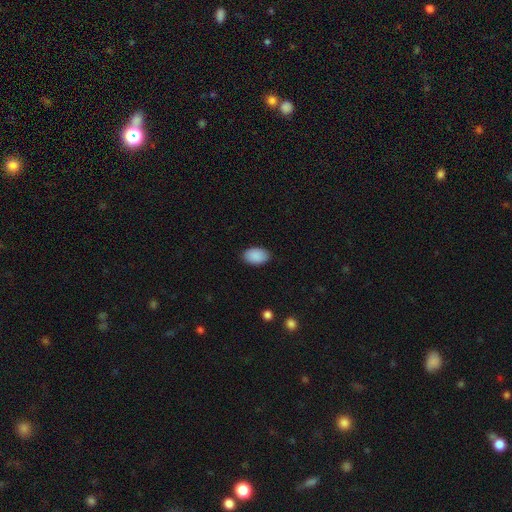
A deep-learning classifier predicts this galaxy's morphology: Overall: smooth (90%). How rounded: in between (91%). Merging: none (87%).